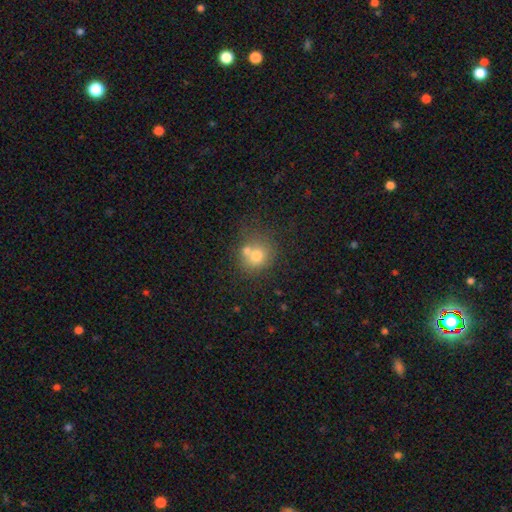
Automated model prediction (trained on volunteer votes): Overall: smooth (71%). How rounded: round (80%). Merging: none (46%; merger 40%).